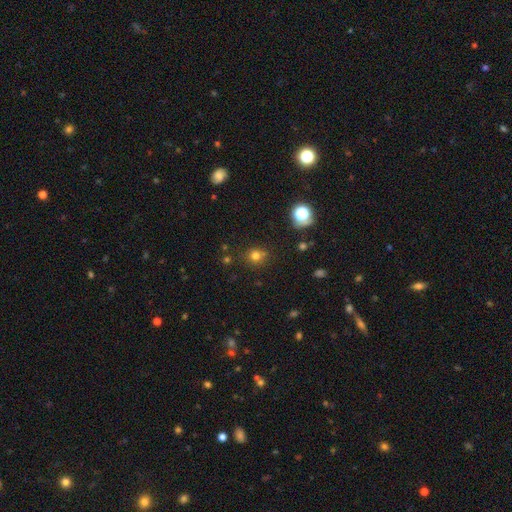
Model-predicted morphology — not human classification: Q: Smooth or featured?
A: smooth (73%); runner-up: star or artifact (20%)
Q: How rounded?
A: round (87%); runner-up: in between (12%)
Q: Merging?
A: none (77%); runner-up: minor disturbance (11%)